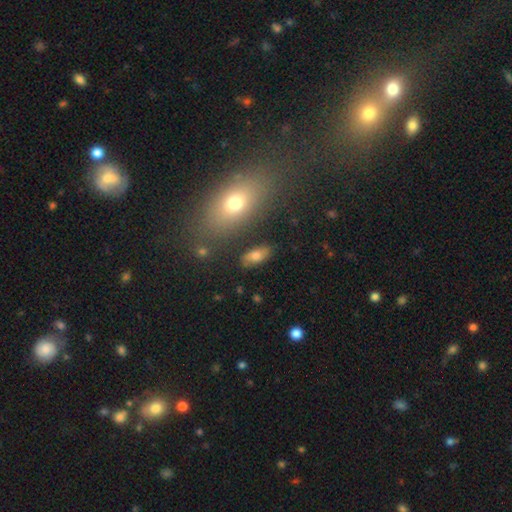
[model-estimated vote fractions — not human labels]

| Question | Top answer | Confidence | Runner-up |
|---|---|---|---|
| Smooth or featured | smooth | 69% | featured or disk (20%) |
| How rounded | in between | 86% | cigar-shaped (9%) |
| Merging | none | 81% | minor disturbance (12%) |